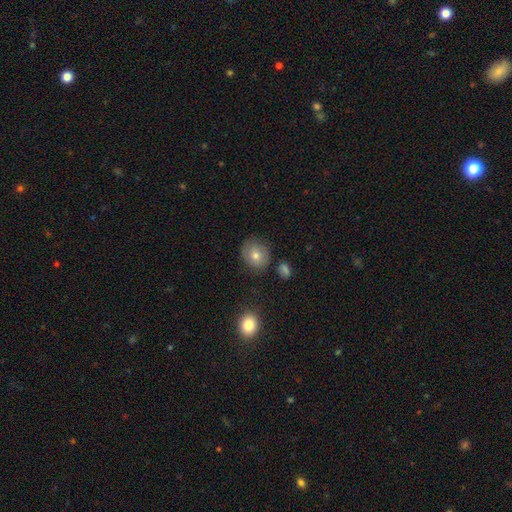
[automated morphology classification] This appears to be a smooth galaxy with no disk features (71%) that is round (74%). Merging: none (73%).